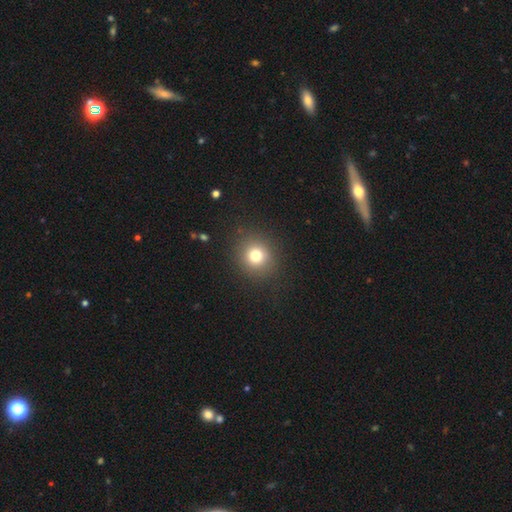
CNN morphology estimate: This appears to be a smooth galaxy with no disk features (77%) that is round (87%). Merging: none (88%).